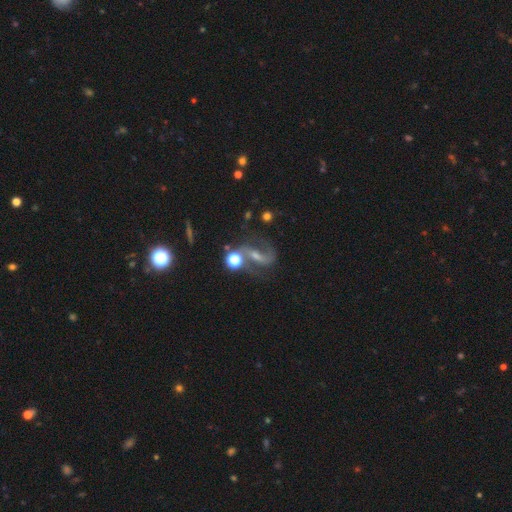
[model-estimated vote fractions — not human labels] Morphology: type=featured or disk (73%); edge-on=no (95%); bar=weak (39%); spiral arms=yes (91%); winding=loose (47%); arm count=2 (87%); bulge=small (45%); merging=none (56%).